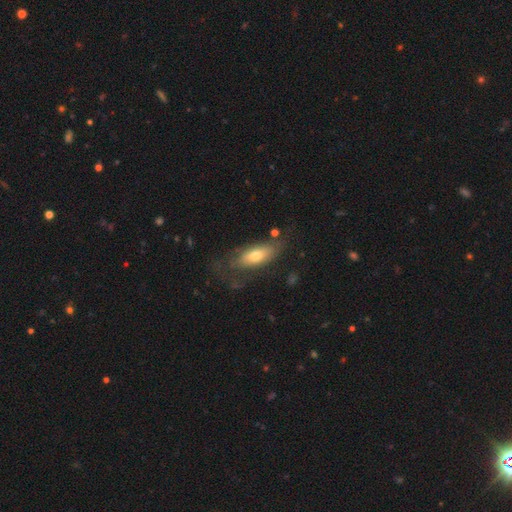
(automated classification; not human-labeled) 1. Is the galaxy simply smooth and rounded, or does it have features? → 56% smooth, 37% featured or disk, 7% star or artifact.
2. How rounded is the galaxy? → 74% in between, 23% cigar-shaped, 3% round.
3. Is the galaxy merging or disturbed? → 52% none, 25% minor disturbance, 20% major disturbance, 3% merger.